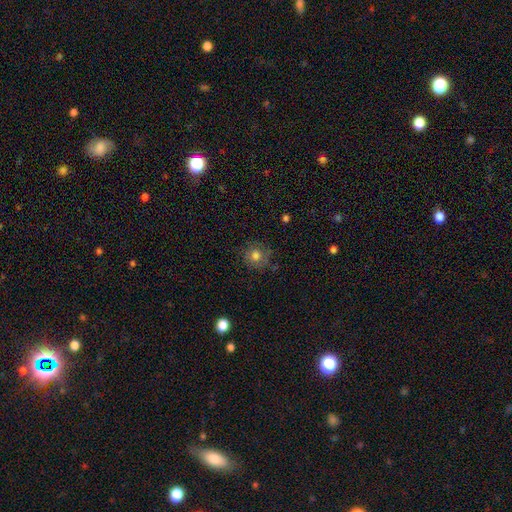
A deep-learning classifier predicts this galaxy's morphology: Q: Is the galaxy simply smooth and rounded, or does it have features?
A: smooth — 72%.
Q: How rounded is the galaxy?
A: round — 89%.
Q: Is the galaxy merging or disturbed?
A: none — 75%.